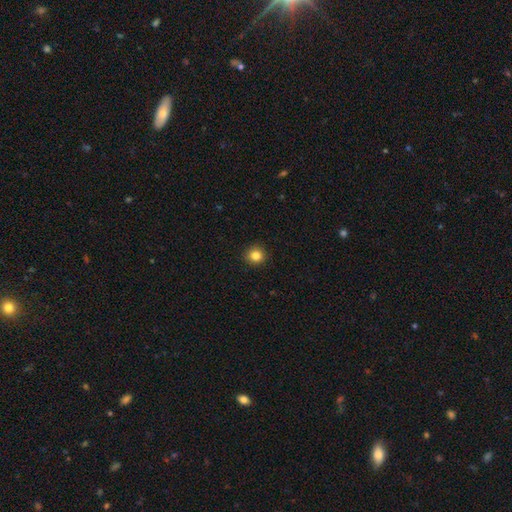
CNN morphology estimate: This appears to be a smooth galaxy with no disk features (84%) that is round (93%). Merging: none (93%).